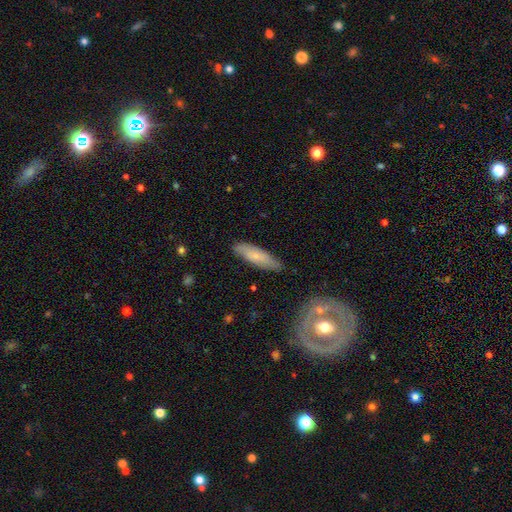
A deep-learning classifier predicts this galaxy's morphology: smooth-or-featured: smooth: 65% | featured or disk: 29% | star or artifact: 6%
  how-rounded: cigar-shaped: 59% | in between: 39% | round: 2%
  merging: none: 81% | minor disturbance: 14% | major disturbance: 3% | merger: 2%